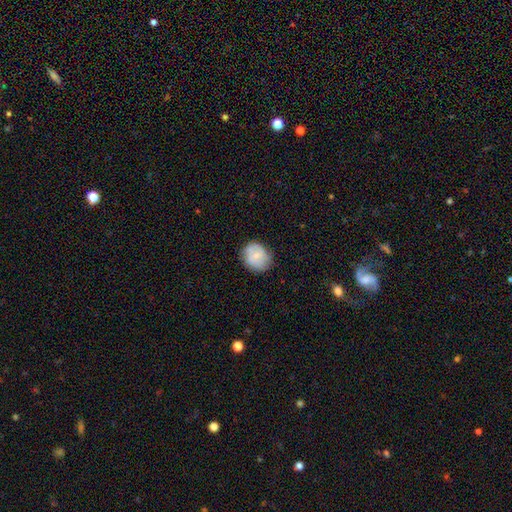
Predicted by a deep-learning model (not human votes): Smooth or featured: smooth — 69% (featured or disk — 24%)
How rounded: round — 77% (in between — 22%)
Merging: none — 77% (minor disturbance — 18%)